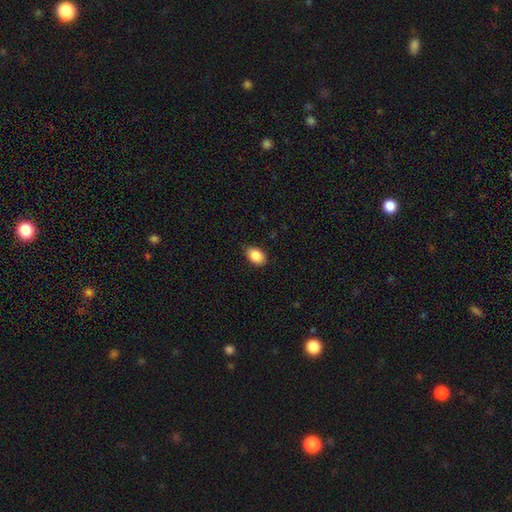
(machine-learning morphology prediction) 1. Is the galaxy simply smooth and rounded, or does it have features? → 87% smooth, 8% star or artifact, 5% featured or disk.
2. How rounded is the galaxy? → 83% in between, 16% round, 1% cigar-shaped.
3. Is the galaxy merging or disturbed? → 82% none, 15% minor disturbance, 2% major disturbance, 1% merger.